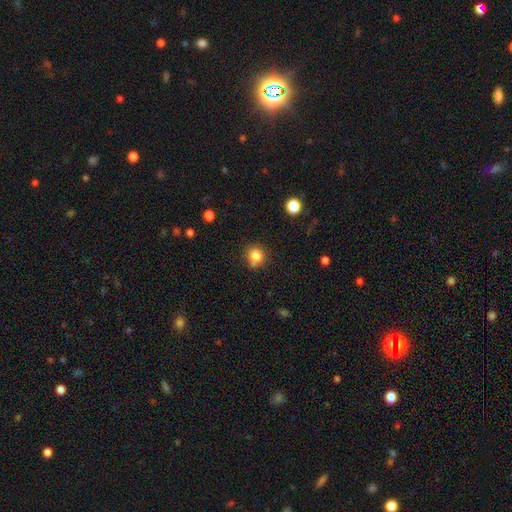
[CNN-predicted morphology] A smooth galaxy with no disk features (81%) that is round (87%).

Vote fractions:
- Smooth or featured? smooth: 81% / star or artifact: 12% / featured or disk: 7%
- How rounded? round: 87% / in between: 12% / cigar-shaped: 1%
- Merging? none: 70% / minor disturbance: 15% / merger: 11% / major disturbance: 4%